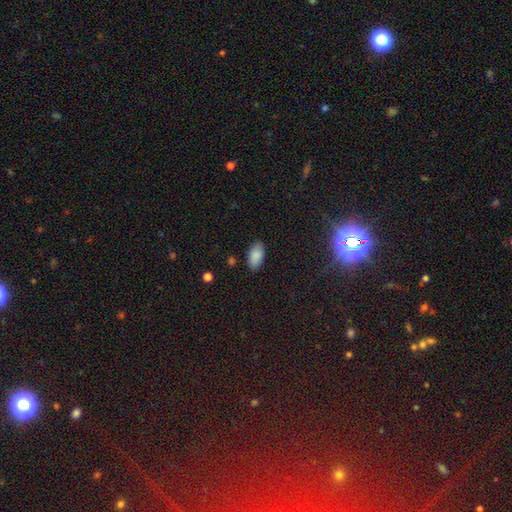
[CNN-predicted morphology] A smooth galaxy with no disk features (88%) that is in between round and cigar-shaped (95%). Merging: none (86%).